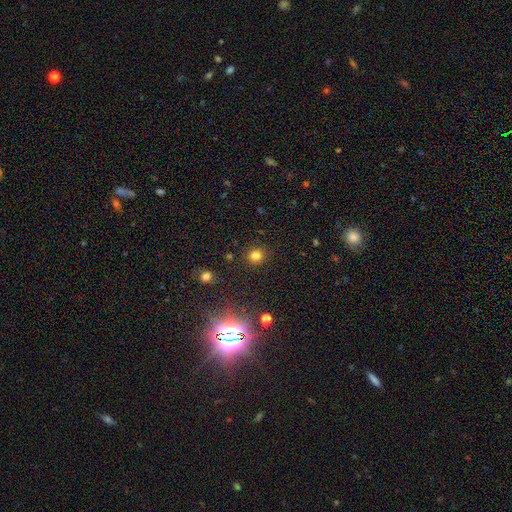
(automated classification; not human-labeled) A smooth galaxy with no disk features (77%) that is round (90%). Merging: none (89%).